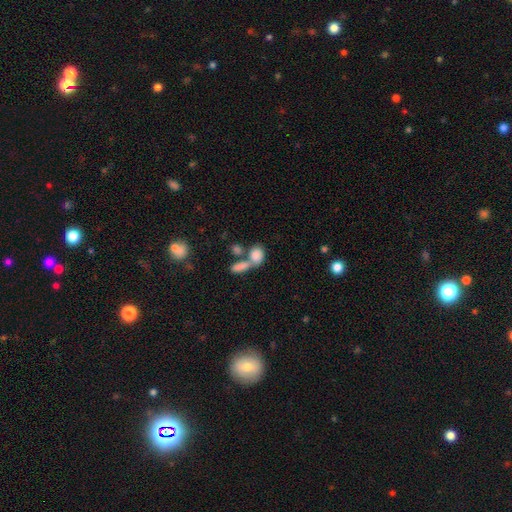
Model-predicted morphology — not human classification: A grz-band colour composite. It shows a smooth galaxy with no disk features (82%) that is in between round and cigar-shaped (69%). Merging: merger (54%).